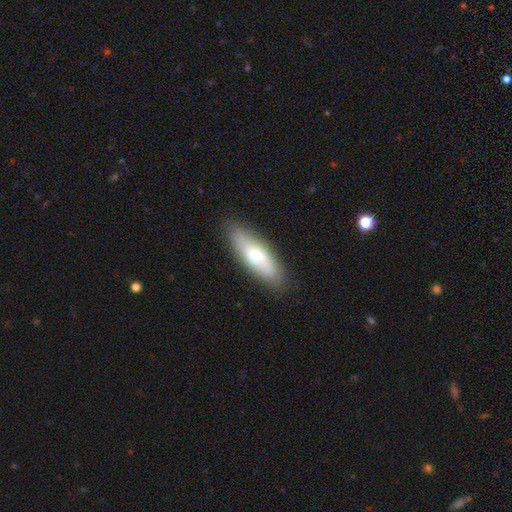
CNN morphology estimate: Smooth or featured? smooth (57%)
How rounded? in between (64%)
Merging? none (85%)